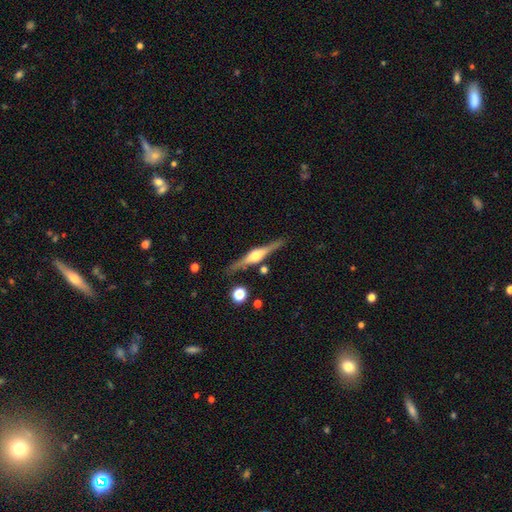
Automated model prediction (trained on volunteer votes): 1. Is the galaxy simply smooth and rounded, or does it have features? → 79% featured or disk, 15% smooth, 6% star or artifact.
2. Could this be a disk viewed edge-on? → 98% yes, 2% no.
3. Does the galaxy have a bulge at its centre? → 90% rounded, 8% boxy, 2% none.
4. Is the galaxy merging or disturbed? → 85% none, 9% minor disturbance, 4% merger, 2% major disturbance.